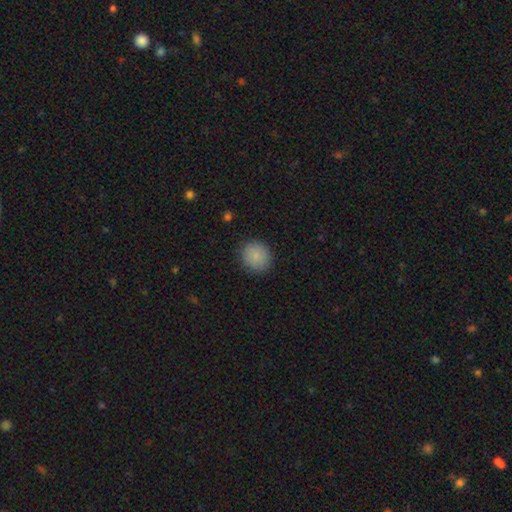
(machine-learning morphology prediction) smooth_or_featured: smooth (p=0.86) [alt: star or artifact p=0.08]
how_rounded: round (p=0.87) [alt: in between p=0.12]
merging: none (p=0.88) [alt: minor disturbance p=0.09]